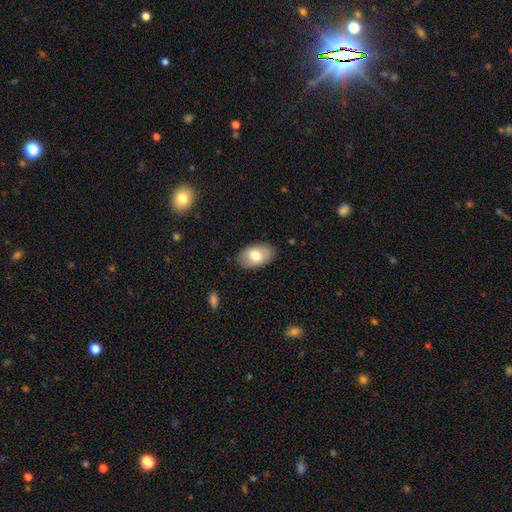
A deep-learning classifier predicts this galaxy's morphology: This is likely a smooth galaxy (73%). How rounded: clearly in between (93%). Merging: clearly none (85%).